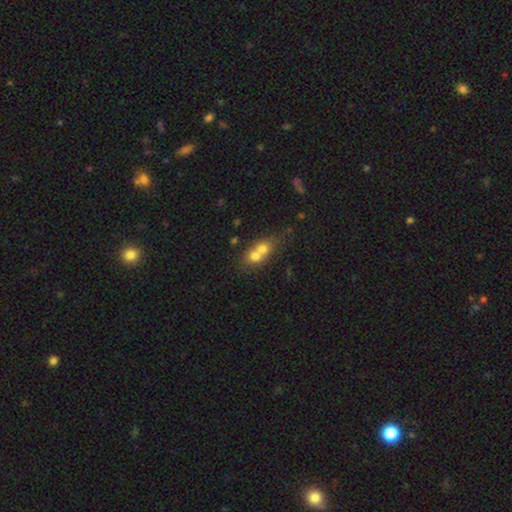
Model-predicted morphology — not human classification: Smooth or featured? Predicted: smooth (p=0.67). How rounded? Predicted: round (p=0.58). Merging? Predicted: merger (p=0.72).